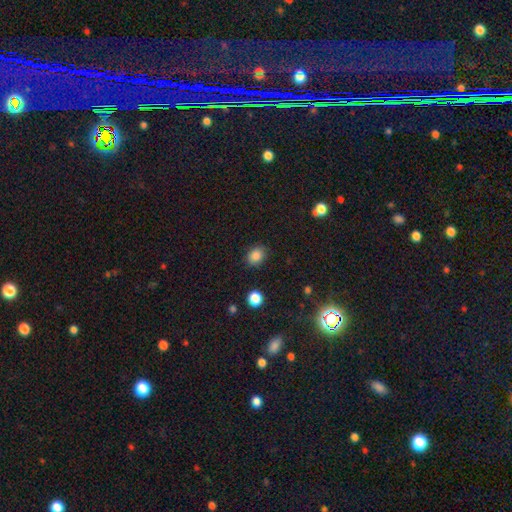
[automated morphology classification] This is clearly a smooth galaxy (85%). How rounded: possibly in between (55%). Merging: clearly none (87%).